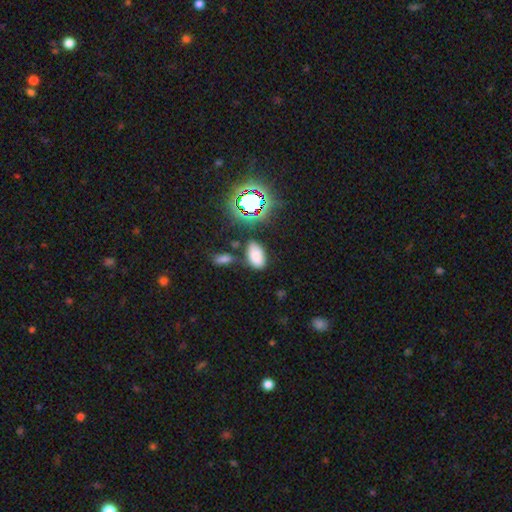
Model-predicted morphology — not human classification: This is likely a smooth galaxy (75%). How rounded: clearly in between (93%). Merging: likely none (68%).